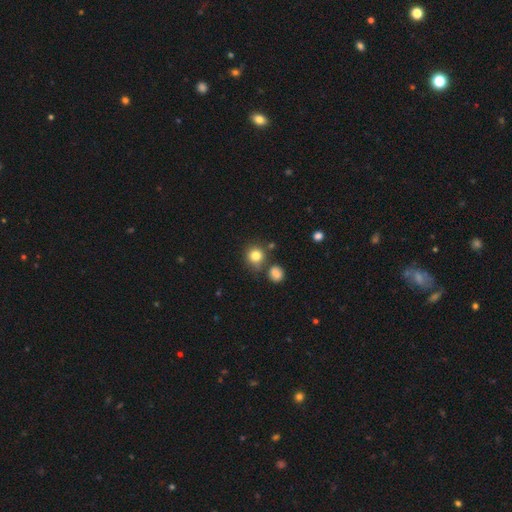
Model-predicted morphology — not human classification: smooth_or_featured: smooth (p=0.81) [alt: star or artifact p=0.12]
how_rounded: round (p=0.87) [alt: in between p=0.12]
merging: none (p=0.71) [alt: merger p=0.14]